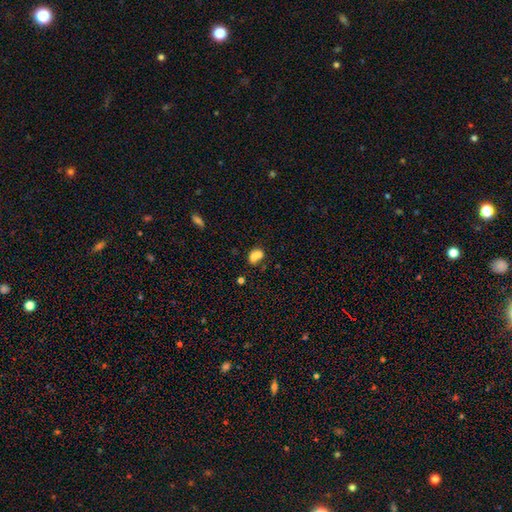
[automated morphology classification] Overall: smooth (74%). How rounded: in between (68%; round 30%). Merging: merger (49%; none 31%).